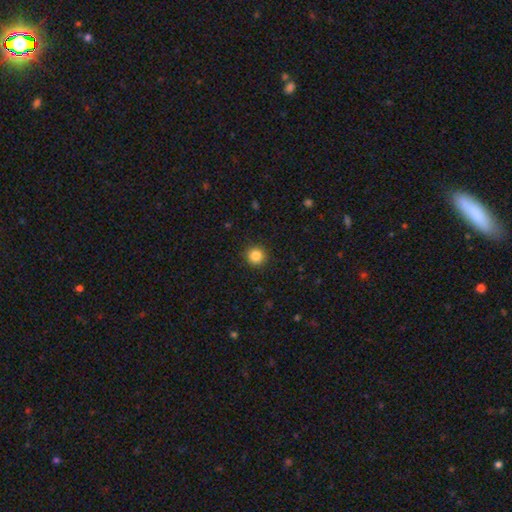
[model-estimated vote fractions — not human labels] The model was most divided on "smooth or featured": smooth: 85%, star or artifact: 11%, featured or disk: 4%. More confident: how rounded — round (95%); merging — none (92%).